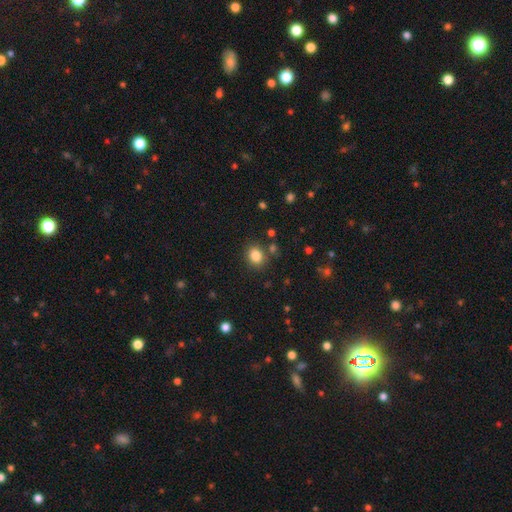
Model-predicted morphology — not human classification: A smooth galaxy with no disk features (84%) that is round (60%). Merging: none (82%).